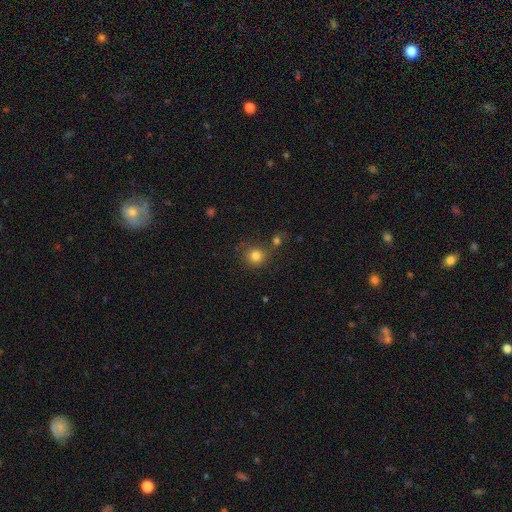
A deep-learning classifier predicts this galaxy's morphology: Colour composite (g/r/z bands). It shows a smooth galaxy with no disk features (80%) that is round (89%). Merging: none (68%).